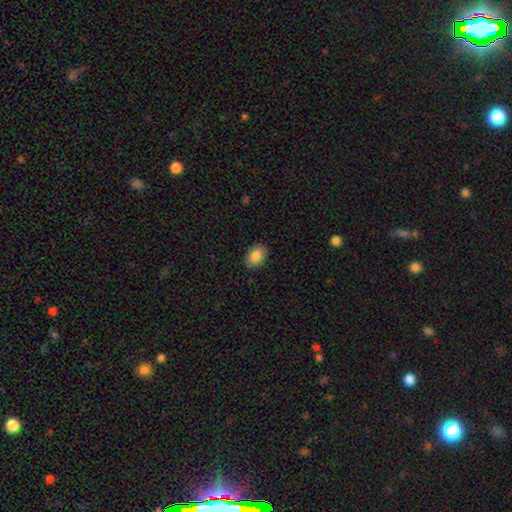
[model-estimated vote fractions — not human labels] smooth 85%, featured or disk 7%, star or artifact 7%. Down the decision tree: how rounded — in between (81%); merging — none (88%).